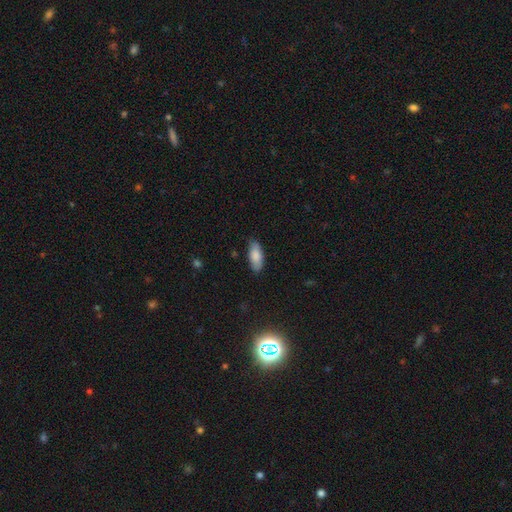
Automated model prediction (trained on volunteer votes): smooth_or_featured: smooth (p=0.84) [alt: featured or disk p=0.10]
how_rounded: in between (p=0.83) [alt: cigar-shaped p=0.15]
merging: none (p=0.78) [alt: minor disturbance p=0.18]